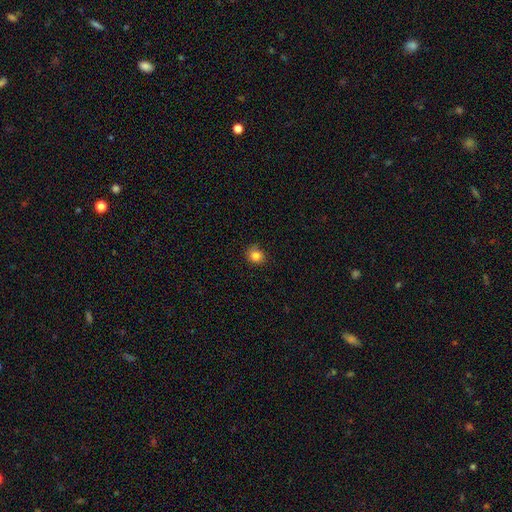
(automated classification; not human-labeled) smooth-or-featured: smooth: 84% | star or artifact: 11% | featured or disk: 4%
  how-rounded: round: 77% | in between: 22% | cigar-shaped: 1%
  merging: none: 78% | minor disturbance: 17% | major disturbance: 3% | merger: 1%